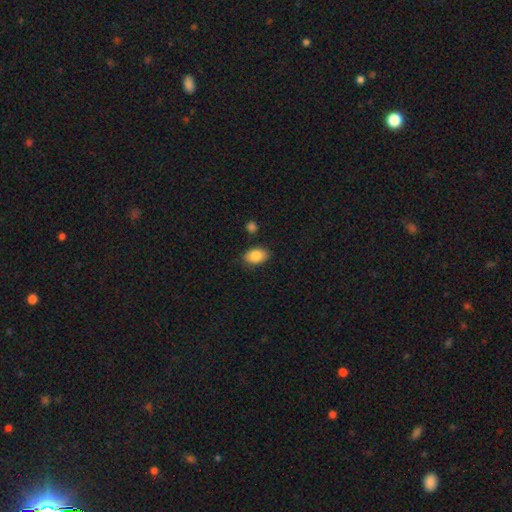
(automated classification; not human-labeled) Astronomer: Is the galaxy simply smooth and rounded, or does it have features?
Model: smooth — 85%.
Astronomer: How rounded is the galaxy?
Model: in between — 87%.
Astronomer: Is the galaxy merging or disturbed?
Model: none — 83%.